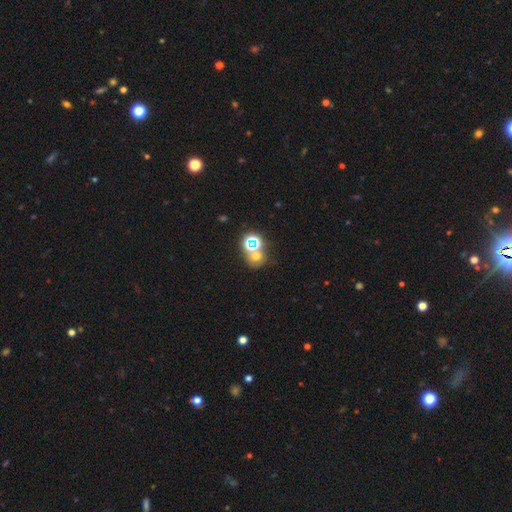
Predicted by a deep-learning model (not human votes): Morphology: type=smooth (48%); merging=none (54%).